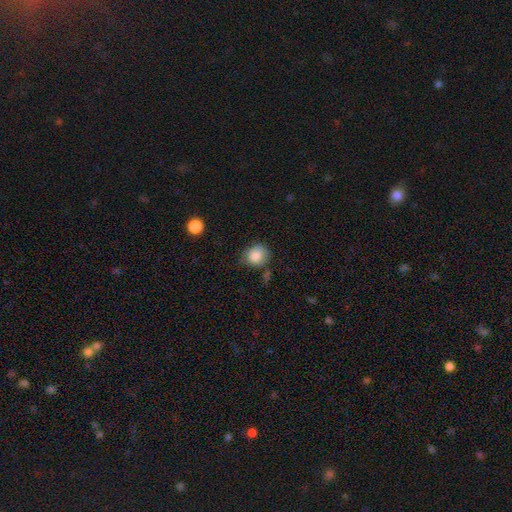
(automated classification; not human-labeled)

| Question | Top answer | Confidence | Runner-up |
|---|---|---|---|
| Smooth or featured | smooth | 86% | star or artifact (9%) |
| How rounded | round | 79% | in between (20%) |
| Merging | none | 67% | minor disturbance (23%) |